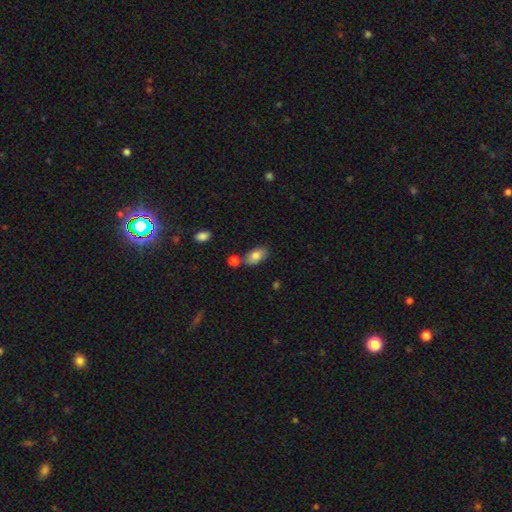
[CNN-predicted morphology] Smooth or featured? Predicted: smooth (p=0.81). How rounded? Predicted: in between (p=0.92). Merging? Predicted: none (p=0.69).